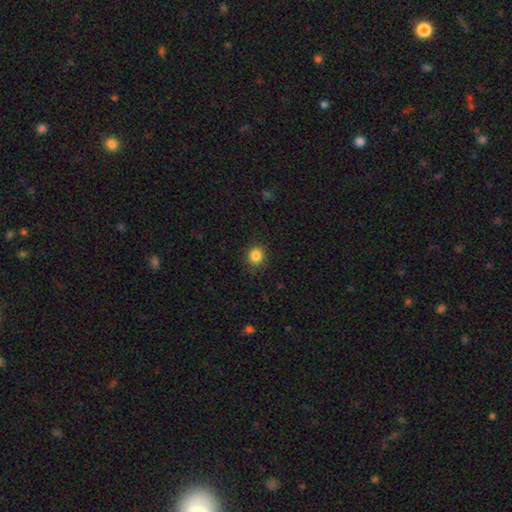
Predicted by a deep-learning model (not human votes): A smooth galaxy with no disk features (85%) that is round (85%).

Vote fractions:
- Smooth or featured? smooth: 85% / star or artifact: 11% / featured or disk: 4%
- How rounded? round: 85% / in between: 14% / cigar-shaped: 1%
- Merging? none: 89% / minor disturbance: 8% / major disturbance: 2% / merger: 1%